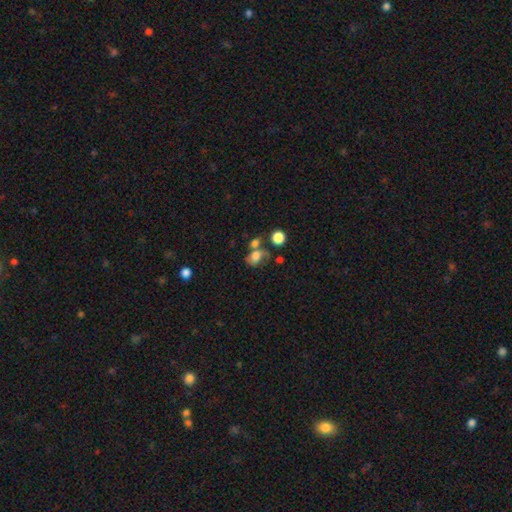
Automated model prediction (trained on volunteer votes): Smooth or featured?
  - smooth: 55% *
  - featured or disk: 32%
  - star or artifact: 13%
How rounded?
  - in between: 59% *
  - round: 39%
  - cigar-shaped: 2%
Merging?
  - none: 34% *
  - merger: 31%
  - minor disturbance: 18%
  - major disturbance: 17%